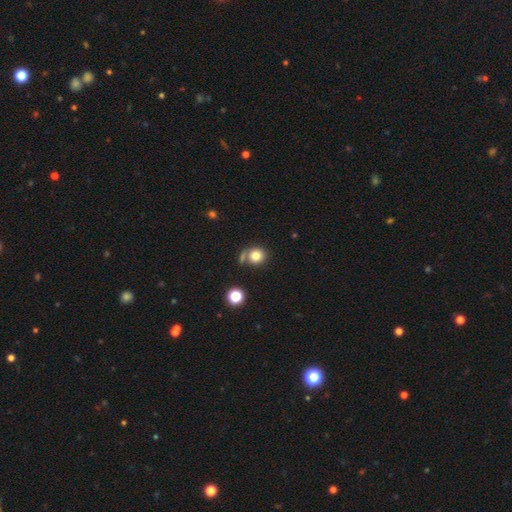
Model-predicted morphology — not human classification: A smooth galaxy with no disk features (80%) that is round (83%). Merging: none (67%).